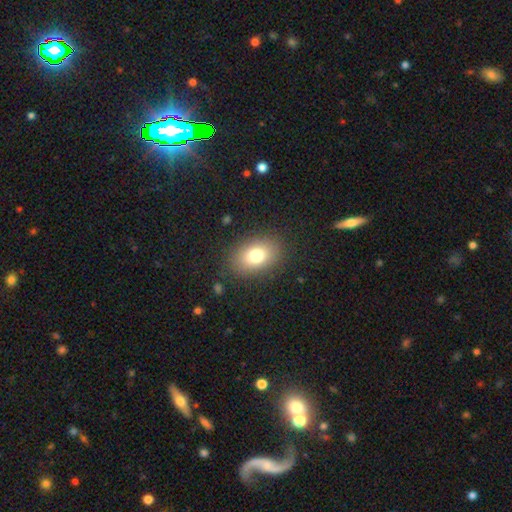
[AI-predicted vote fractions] Morphology: type=smooth (77%); roundness=in between (78%); merging=none (85%).